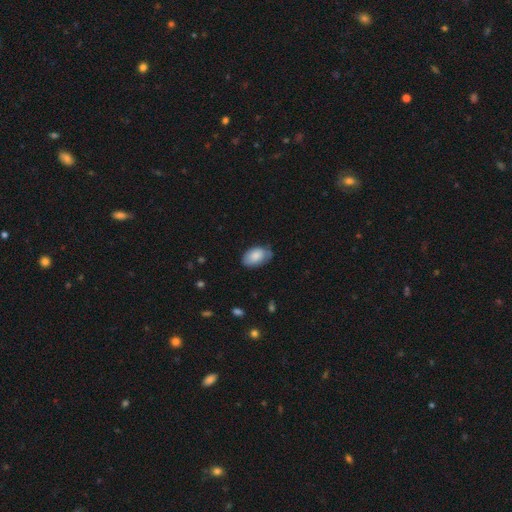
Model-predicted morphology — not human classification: Smooth or featured? Predicted: smooth (p=0.82). How rounded? Predicted: in between (p=0.92). Merging? Predicted: none (p=0.64).